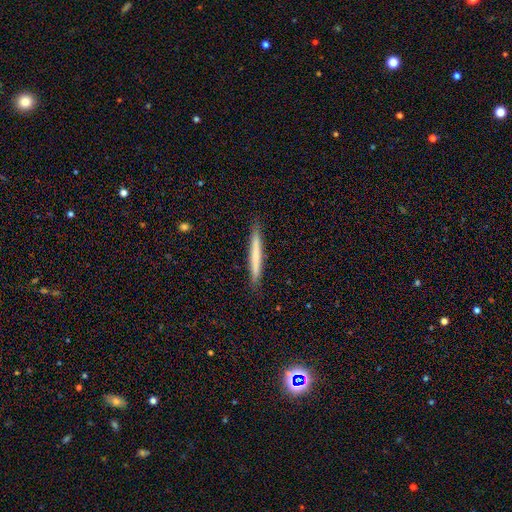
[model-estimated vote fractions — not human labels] smooth_or_featured: smooth (p=0.64) [alt: featured or disk p=0.30]
how_rounded: cigar-shaped (p=0.97) [alt: in between p=0.02]
merging: none (p=0.90) [alt: minor disturbance p=0.07]